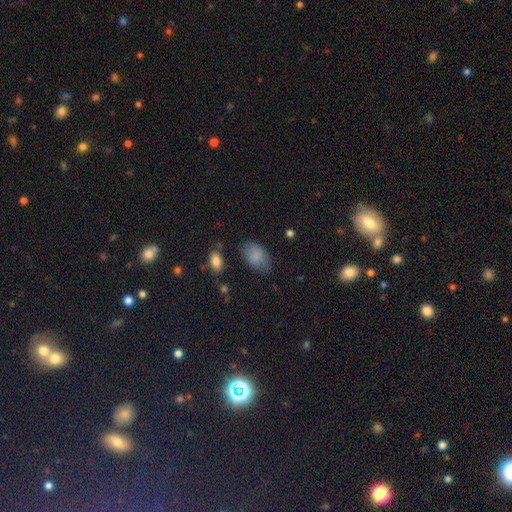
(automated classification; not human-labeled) smooth_or_featured: smooth (p=0.84) [alt: featured or disk p=0.08]
how_rounded: in between (p=0.89) [alt: round p=0.09]
merging: none (p=0.67) [alt: minor disturbance p=0.23]